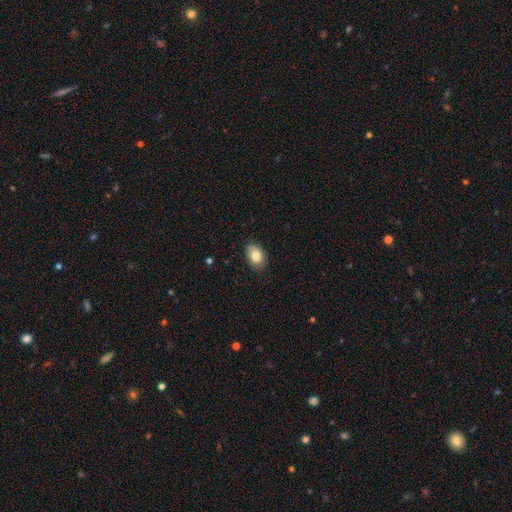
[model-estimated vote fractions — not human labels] A smooth galaxy with no disk features (82%) that is in between round and cigar-shaped (84%).

Vote fractions:
- Smooth or featured? smooth: 82% / featured or disk: 11% / star or artifact: 8%
- How rounded? in between: 84% / round: 15% / cigar-shaped: 1%
- Merging? none: 81% / minor disturbance: 15% / major disturbance: 3% / merger: 1%